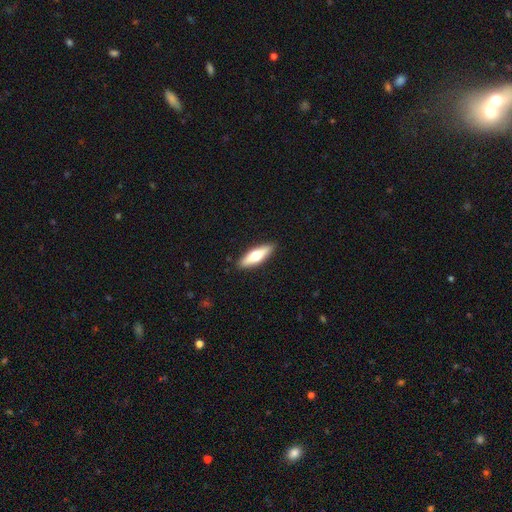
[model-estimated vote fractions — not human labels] Smooth or featured: smooth — 57% (featured or disk — 37%)
How rounded: cigar-shaped — 55% (in between — 43%)
Merging: none — 90% (minor disturbance — 8%)